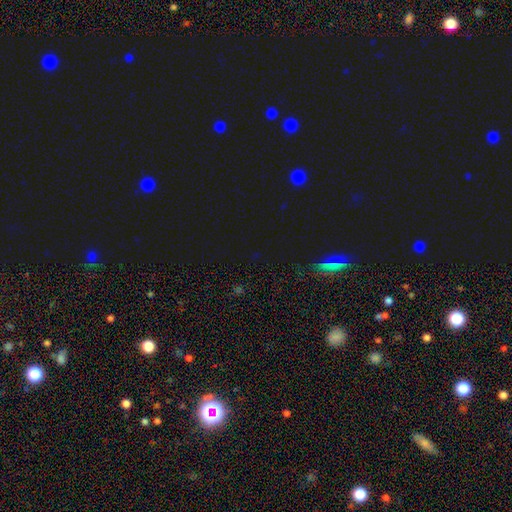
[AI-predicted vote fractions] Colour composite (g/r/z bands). It shows a star or artifact, not a galaxy (77%).